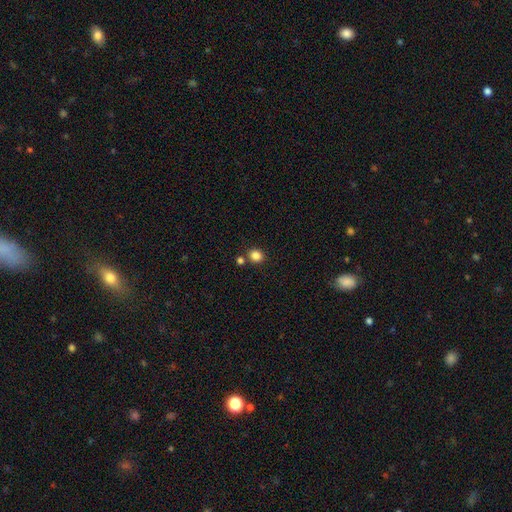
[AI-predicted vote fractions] smooth 84%, star or artifact 12%, featured or disk 4%. Down the decision tree: how rounded — round (80%); merging — none (77%).